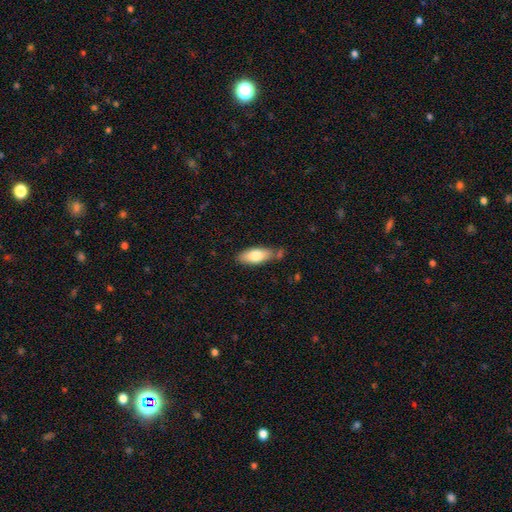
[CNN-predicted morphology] This appears to be a smooth galaxy with no disk features (77%) that is in between round and cigar-shaped (79%). Merging: none (71%).